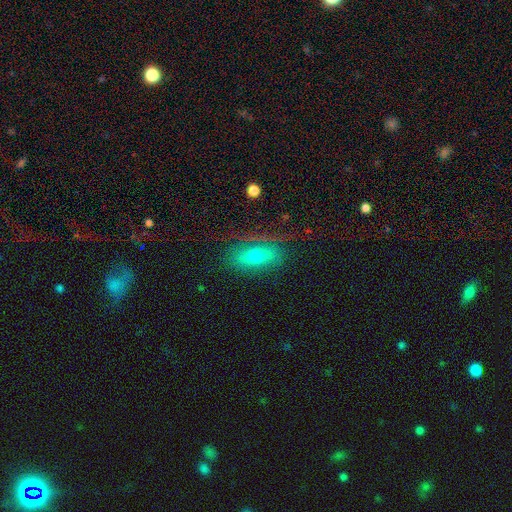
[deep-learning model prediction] Smooth or featured? Predicted: smooth (p=0.58). How rounded? Predicted: in between (p=0.77). Merging? Predicted: none (p=0.67).